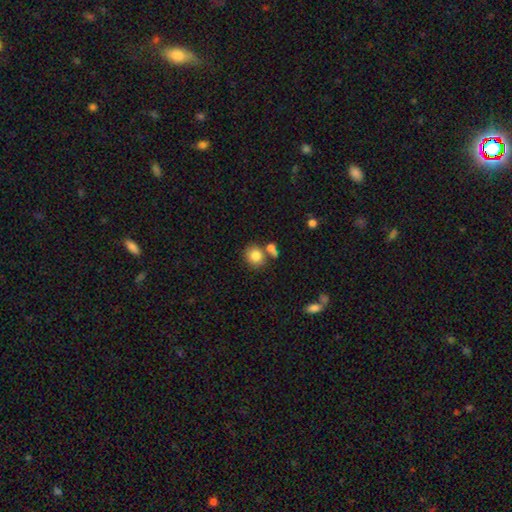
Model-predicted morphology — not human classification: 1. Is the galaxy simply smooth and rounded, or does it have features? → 82% smooth, 10% star or artifact, 8% featured or disk.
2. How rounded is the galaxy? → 76% round, 23% in between, 1% cigar-shaped.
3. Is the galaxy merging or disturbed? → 64% none, 20% merger, 12% minor disturbance, 4% major disturbance.